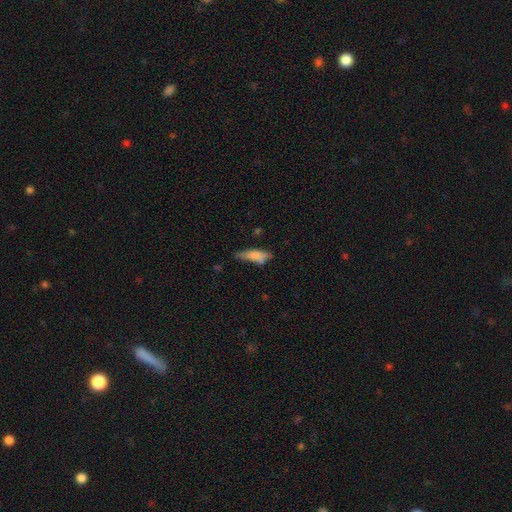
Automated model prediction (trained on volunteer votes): This is likely a smooth galaxy (72%). How rounded: possibly cigar-shaped (57%). Merging: possibly none (57%).